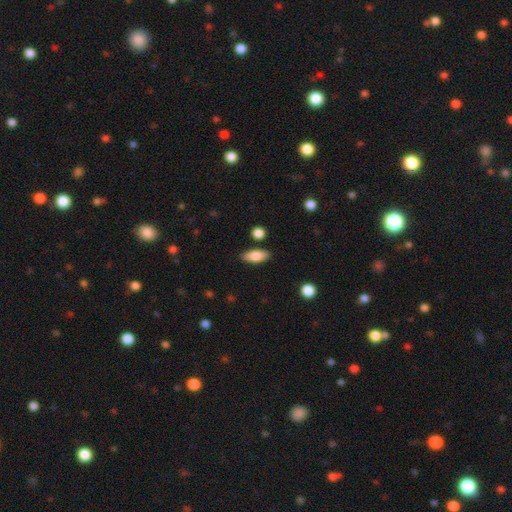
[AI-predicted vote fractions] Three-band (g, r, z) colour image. It shows a smooth galaxy with no disk features (83%) that is in between round and cigar-shaped (81%). Merging: none (83%).